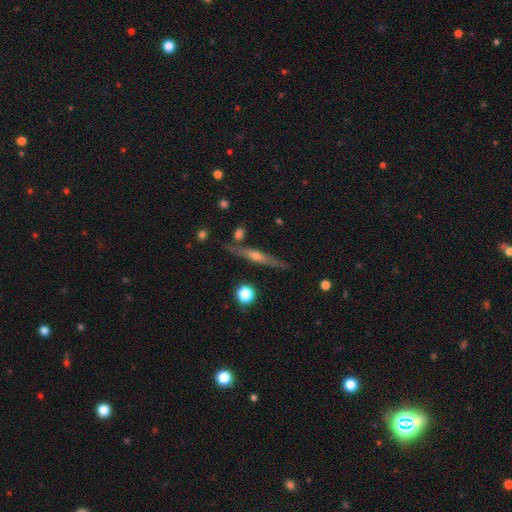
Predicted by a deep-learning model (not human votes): Overall: featured or disk (70%). Edge-on disk: yes (96%). Edge-on bulge: rounded (80%). Merging: none (83%).